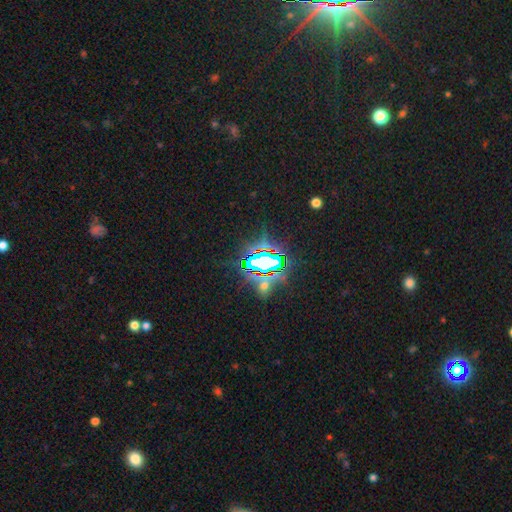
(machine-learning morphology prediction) Smooth or featured: star or artifact — 76% (smooth — 12%)